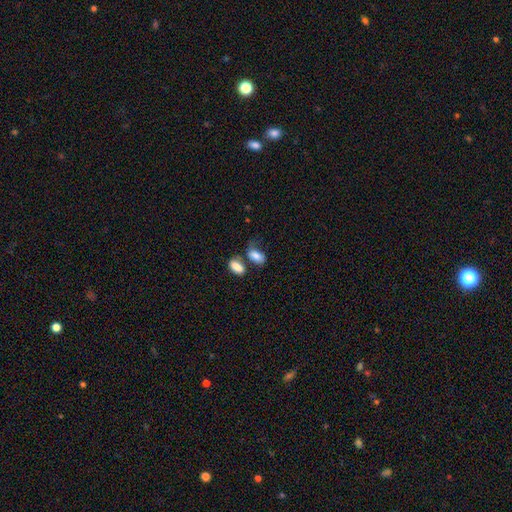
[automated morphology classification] type=smooth (80%); roundness=in between (90%); merging=none (37%).